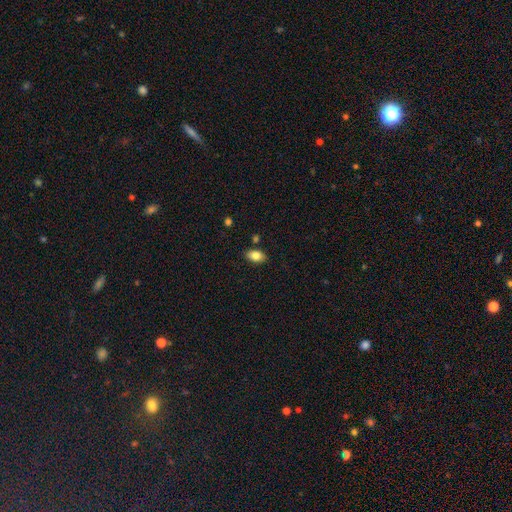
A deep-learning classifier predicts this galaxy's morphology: Overall: smooth (83%). How rounded: in between (89%). Merging: none (84%).